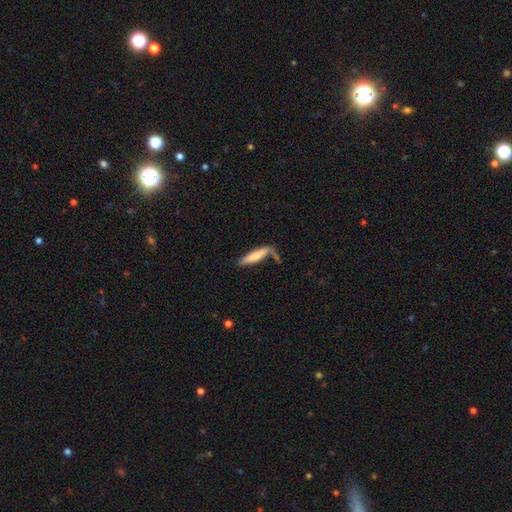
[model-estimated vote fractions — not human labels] smooth_or_featured: smooth (p=0.70) [alt: featured or disk p=0.24]
how_rounded: cigar-shaped (p=0.81) [alt: in between p=0.18]
merging: none (p=0.53) [alt: minor disturbance p=0.21]